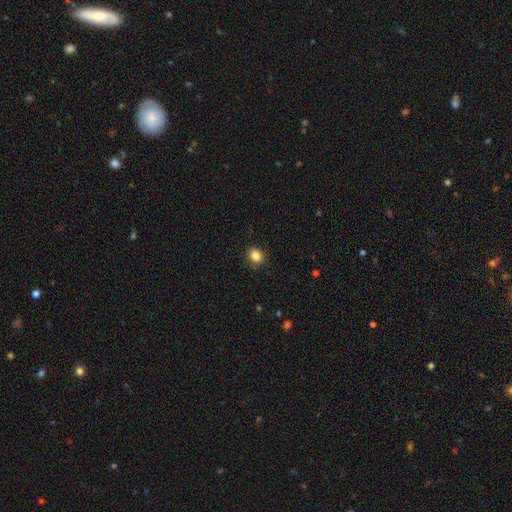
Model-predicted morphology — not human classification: This is clearly a smooth galaxy (85%). How rounded: likely round (69%). Merging: clearly none (88%).